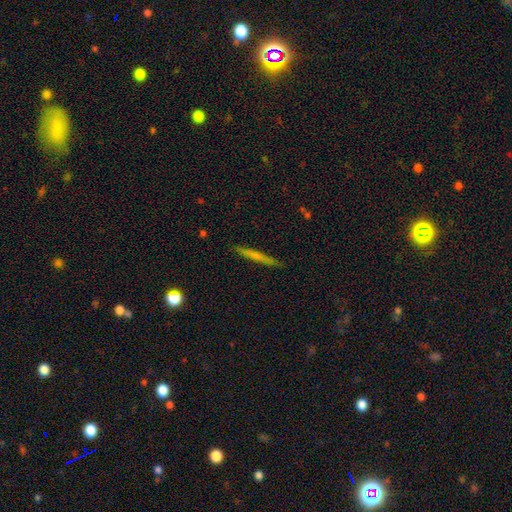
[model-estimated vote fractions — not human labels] smooth_or_featured: smooth (p=0.58) [alt: featured or disk p=0.35]
how_rounded: cigar-shaped (p=0.95) [alt: in between p=0.03]
merging: none (p=0.89) [alt: minor disturbance p=0.08]